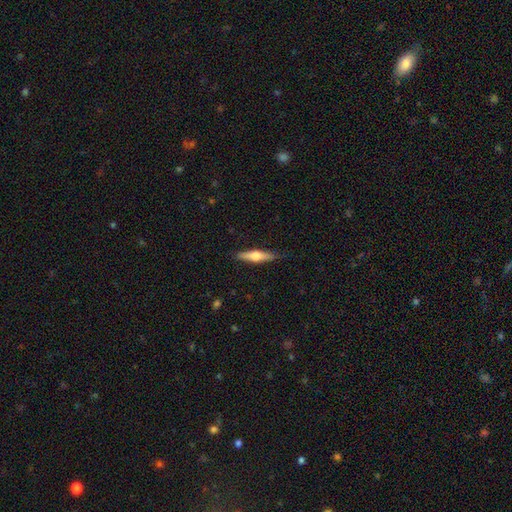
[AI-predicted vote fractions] Smooth or featured? featured or disk (48%)
Merging? none (85%)